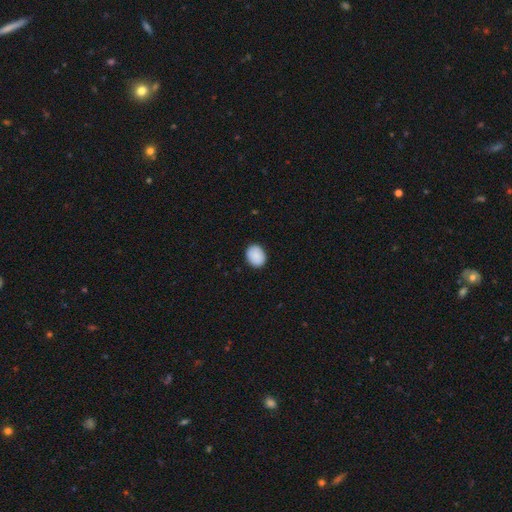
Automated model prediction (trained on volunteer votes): smooth 90%, star or artifact 7%, featured or disk 3%. Down the decision tree: how rounded — in between (61%); merging — none (88%).